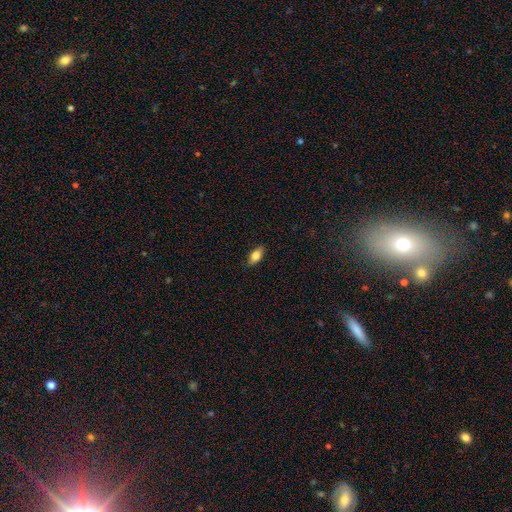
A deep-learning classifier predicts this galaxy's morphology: Smooth or featured? smooth (77%)
How rounded? in between (86%)
Merging? none (86%)